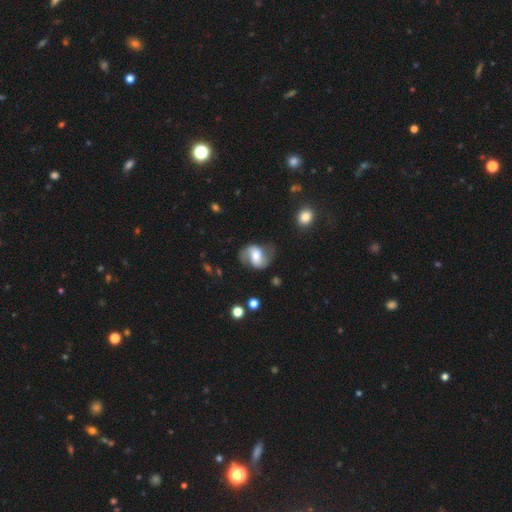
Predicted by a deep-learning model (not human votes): A featured or disk galaxy (68%) with a weak bar (42%), 2 (89%) loose (45%) spiral arms (89%) and a moderate central bulge (55%). Merging: none (66%).